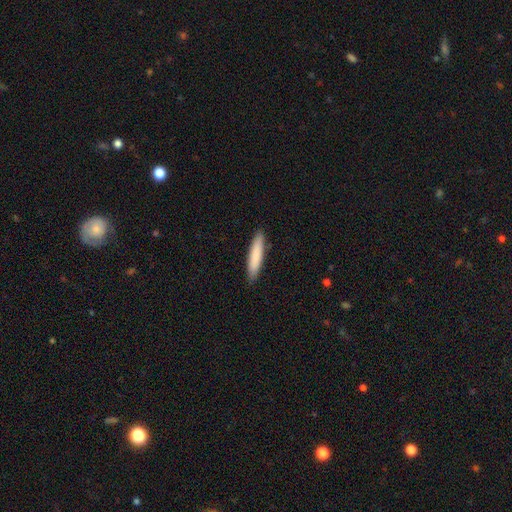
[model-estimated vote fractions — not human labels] Morphology: type=smooth (82%); roundness=cigar-shaped (88%); merging=none (89%).